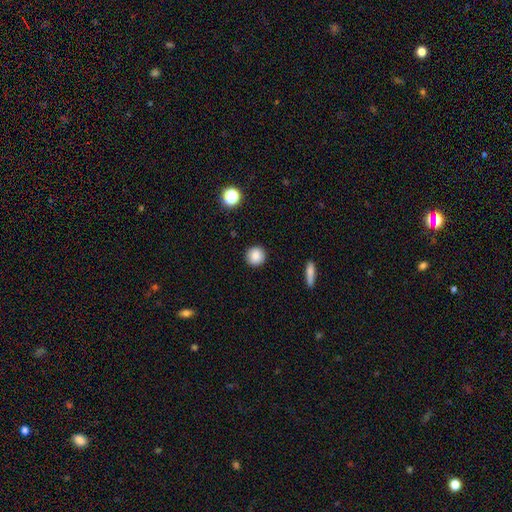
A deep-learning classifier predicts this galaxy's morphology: The model was most divided on "smooth or featured": smooth: 86%, star or artifact: 9%, featured or disk: 4%. More confident: how rounded — round (93%); merging — none (91%).